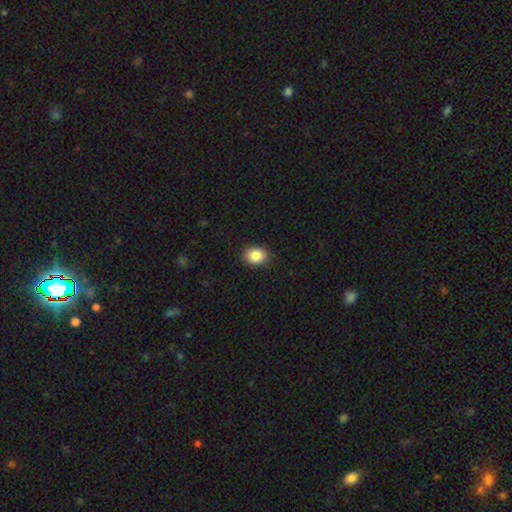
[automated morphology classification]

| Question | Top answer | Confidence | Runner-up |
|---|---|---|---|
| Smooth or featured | smooth | 86% | star or artifact (9%) |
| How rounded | in between | 52% | round (47%) |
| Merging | none | 90% | minor disturbance (7%) |